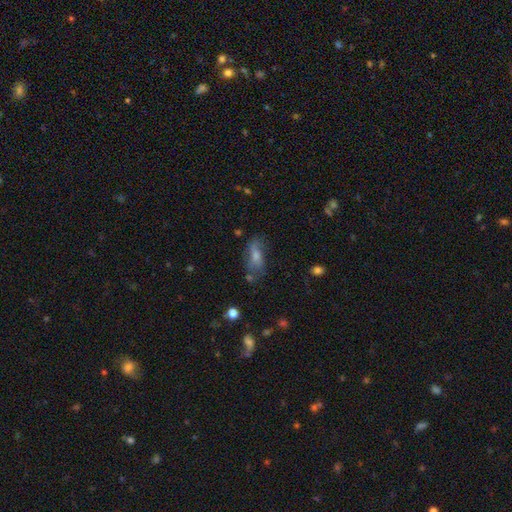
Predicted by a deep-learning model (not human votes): Smooth or featured?
  - smooth: 49% *
  - featured or disk: 35%
  - star or artifact: 16%
Merging?
  - none: 59% *
  - minor disturbance: 23%
  - major disturbance: 12%
  - merger: 6%